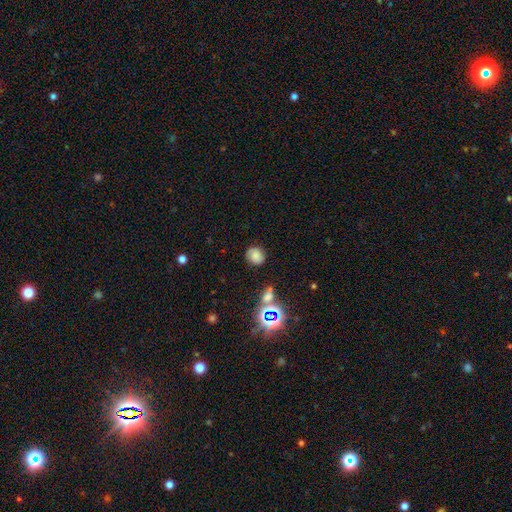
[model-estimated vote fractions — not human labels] This appears to be a smooth galaxy with no disk features (70%) that is round (76%). Merging: none (82%).